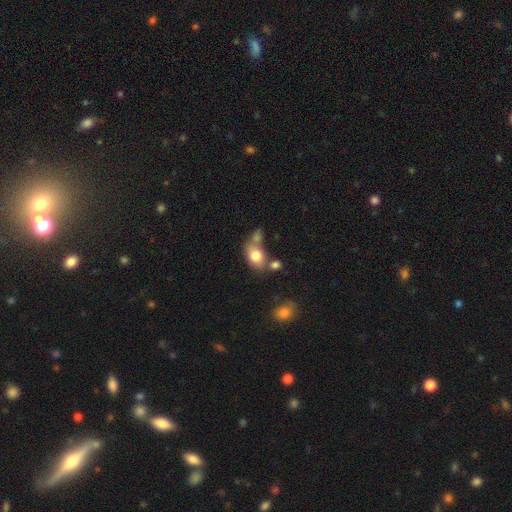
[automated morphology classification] A smooth galaxy with no disk features (78%) that is in between round and cigar-shaped (70%). Merging: merger (38%).